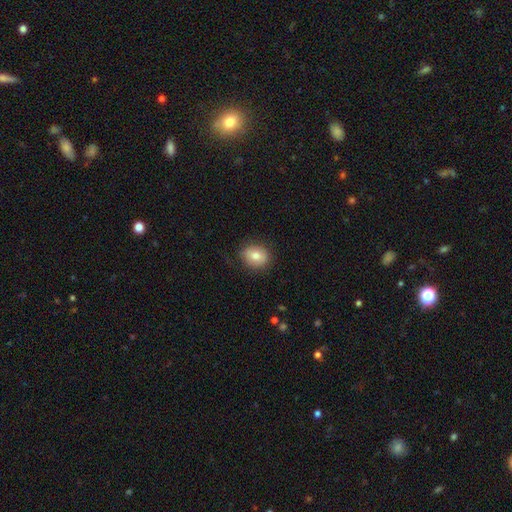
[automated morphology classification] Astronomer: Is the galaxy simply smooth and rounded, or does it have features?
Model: smooth — 78%.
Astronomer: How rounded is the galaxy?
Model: round — 63%.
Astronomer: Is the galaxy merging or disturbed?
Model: none — 82%.